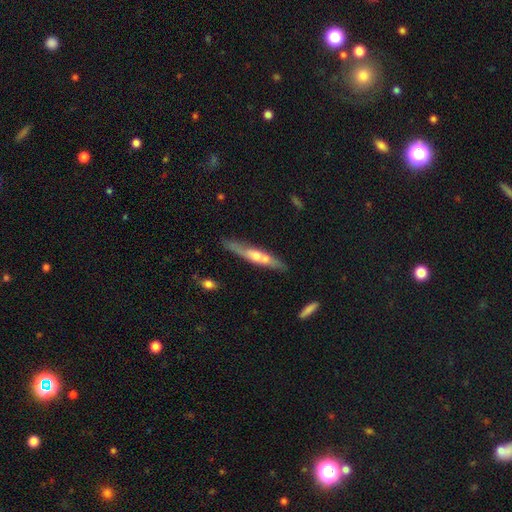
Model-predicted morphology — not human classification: Smooth or featured: featured or disk — 53% (smooth — 41%)
Edge-on disk: yes — 79% (no — 21%)
Merging: none — 62% (minor disturbance — 17%)